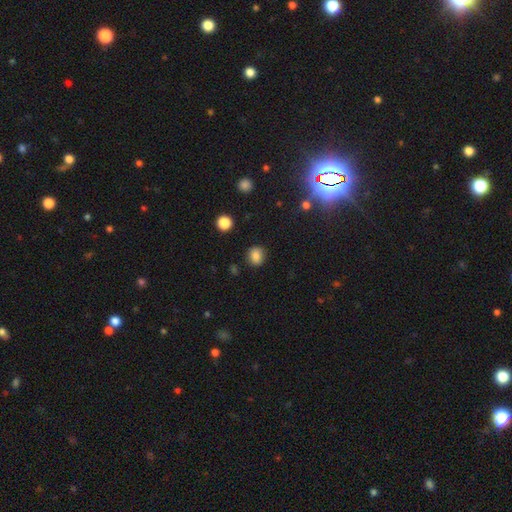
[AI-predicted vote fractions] This is clearly a smooth galaxy (83%). How rounded: likely round (74%). Merging: clearly none (86%).